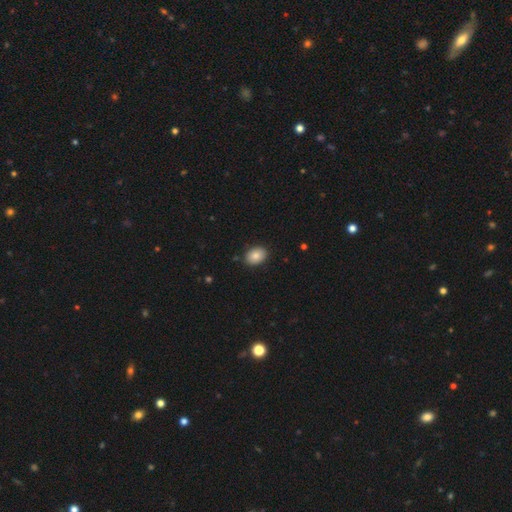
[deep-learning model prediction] Smooth or featured?
  - smooth: 86% *
  - star or artifact: 8%
  - featured or disk: 6%
How rounded?
  - in between: 71% *
  - round: 28%
  - cigar-shaped: 1%
Merging?
  - none: 87% *
  - minor disturbance: 9%
  - major disturbance: 2%
  - merger: 1%